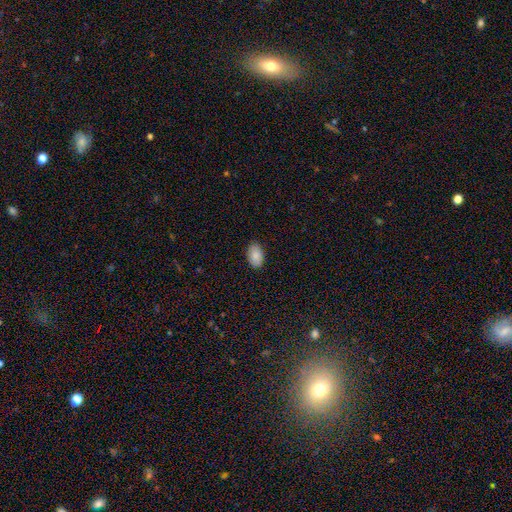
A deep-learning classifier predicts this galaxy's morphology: Overall: smooth (87%). How rounded: in between (93%). Merging: none (88%).